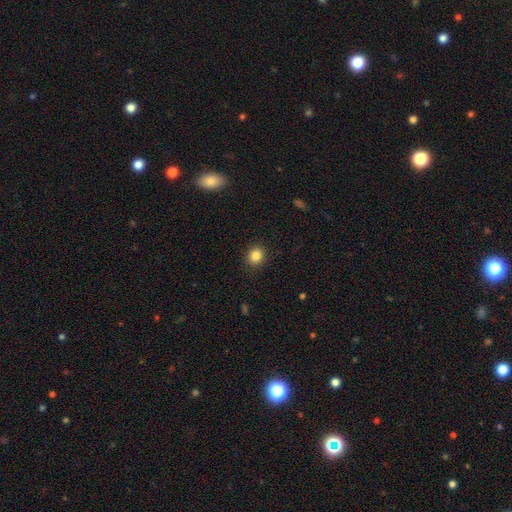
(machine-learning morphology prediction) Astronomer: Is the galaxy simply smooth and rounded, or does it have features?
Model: smooth — 85%.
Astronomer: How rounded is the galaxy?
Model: round — 80%.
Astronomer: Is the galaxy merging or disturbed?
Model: none — 90%.